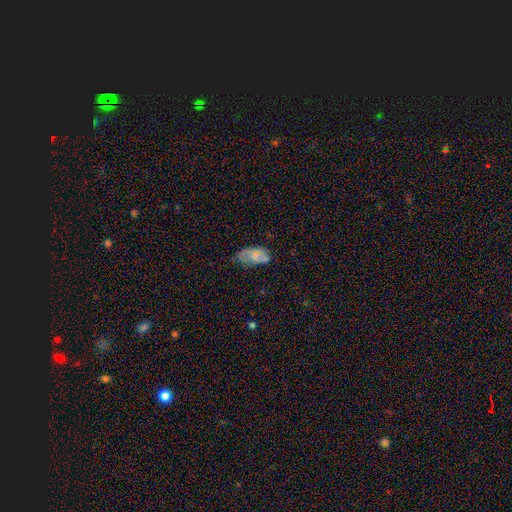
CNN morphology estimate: This is likely a smooth galaxy (67%). How rounded: clearly in between (93%). Merging: marginally none (43%).